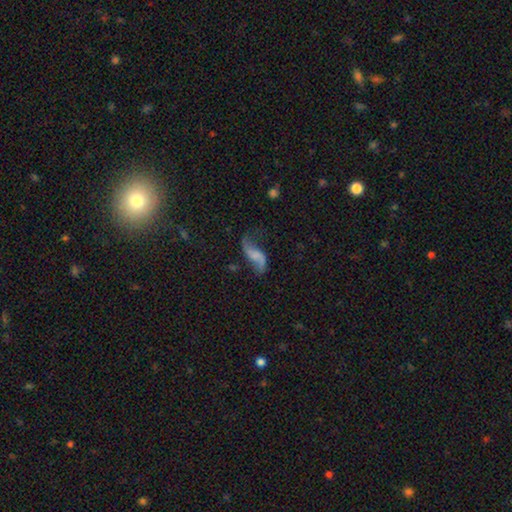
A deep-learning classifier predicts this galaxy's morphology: A featured or disk galaxy (72%) with no bar (54%), 2 (90%) loose (89%) spiral arms (92%) and no central bulge (55%).

Vote fractions:
- Smooth or featured? featured or disk: 72% / smooth: 20% / star or artifact: 8%
- Edge-on disk? no: 96% / yes: 4%
- Bar? no: 54% / weak: 34% / strong: 11%
- Spiral arms? yes: 92% / no: 8%
- Spiral winding? loose: 89% / medium: 9% / tight: 3%
- Spiral arm count? 2: 90% / 1: 5% / can't tell: 2% / 3: 1% / 4: 1% / more than 4: 1%
- Bulge size? none: 55% / small: 25% / moderate: 13% / large: 5% / dominant: 2%
- Merging? none: 58% / minor disturbance: 21% / major disturbance: 17% / merger: 4%